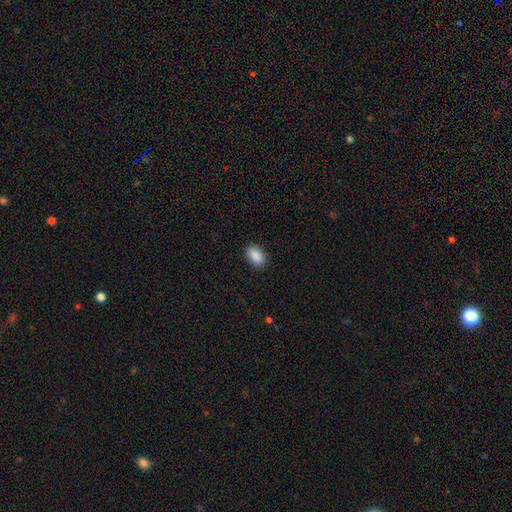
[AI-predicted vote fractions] Overall: smooth (90%). How rounded: in between (90%). Merging: none (89%).